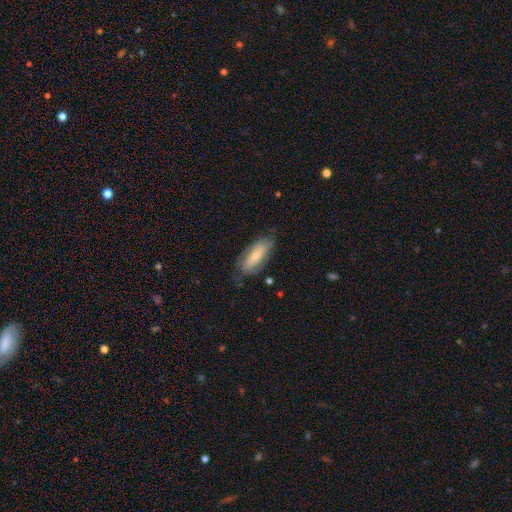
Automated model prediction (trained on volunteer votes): A featured or disk galaxy (48%). Merging: none (67%).